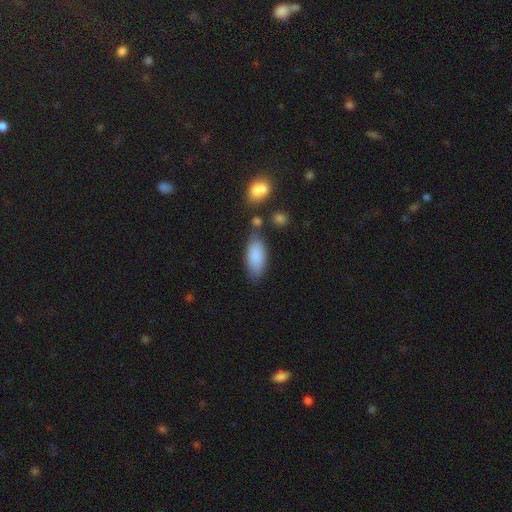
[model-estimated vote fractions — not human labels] Smooth or featured?
  - smooth: 86% *
  - featured or disk: 8%
  - star or artifact: 6%
How rounded?
  - in between: 86% *
  - cigar-shaped: 12%
  - round: 2%
Merging?
  - none: 68% *
  - minor disturbance: 17%
  - merger: 10%
  - major disturbance: 5%